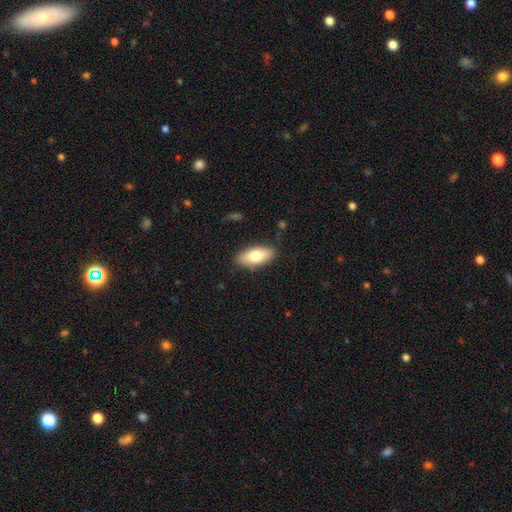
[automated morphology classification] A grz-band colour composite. It shows a smooth galaxy with no disk features (76%) that is in between round and cigar-shaped (86%). Merging: none (84%).